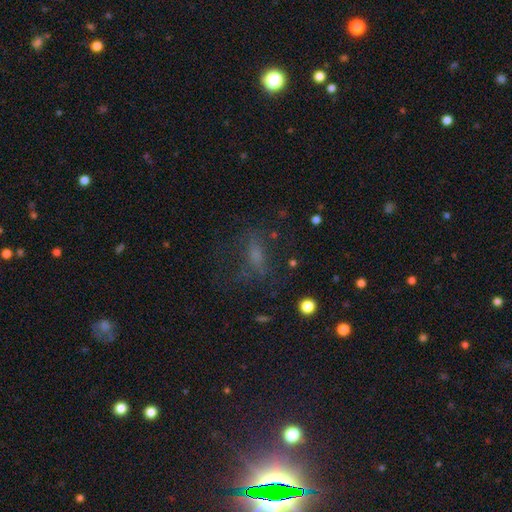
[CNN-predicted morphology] This is marginally a smooth galaxy (43%). Merging: possibly none (52%).